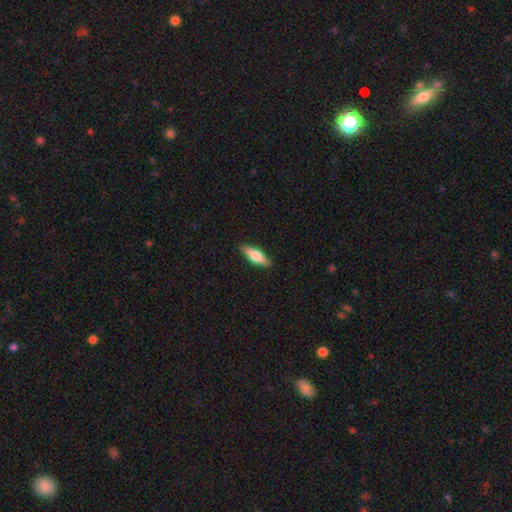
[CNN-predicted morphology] Smooth or featured? Predicted: smooth (p=0.65). How rounded? Predicted: in between (p=0.51). Merging? Predicted: none (p=0.88).